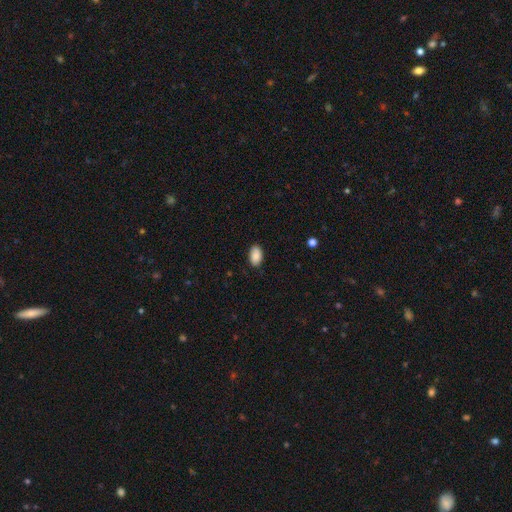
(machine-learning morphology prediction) Smooth or featured: smooth — 89% (star or artifact — 7%)
How rounded: in between — 93% (round — 6%)
Merging: none — 84% (minor disturbance — 13%)